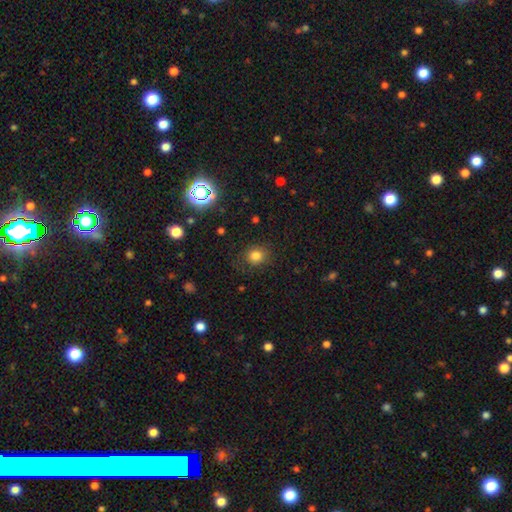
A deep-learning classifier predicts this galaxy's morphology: A smooth galaxy with no disk features (80%) that is round (77%). Merging: none (82%).